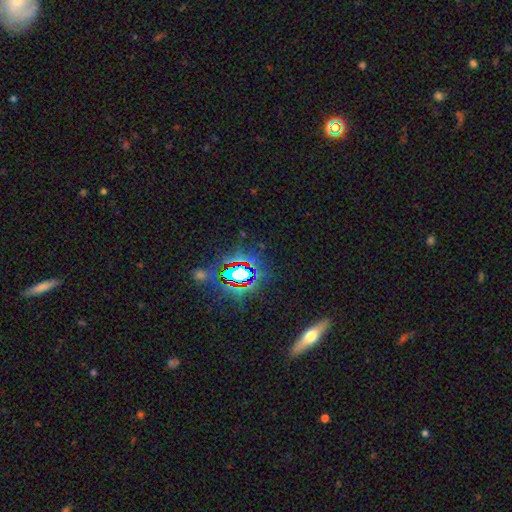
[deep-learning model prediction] The model was most divided on "smooth or featured": star or artifact: 68%, featured or disk: 18%, smooth: 14%.